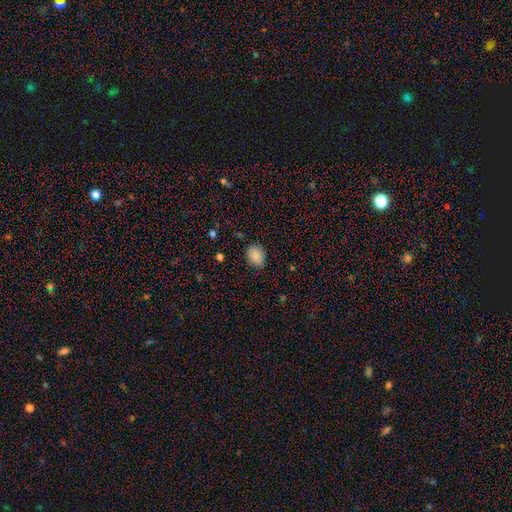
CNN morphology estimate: smooth 87%, star or artifact 8%, featured or disk 5%. Down the decision tree: how rounded — in between (67%); merging — none (82%).